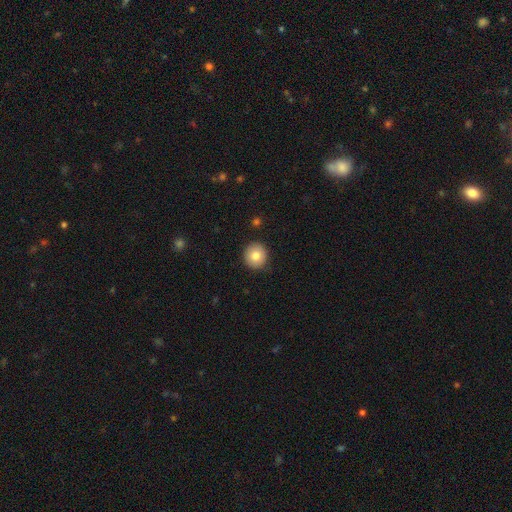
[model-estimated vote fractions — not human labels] Smooth or featured?
  - smooth: 83% *
  - featured or disk: 9%
  - star or artifact: 8%
How rounded?
  - round: 92% *
  - in between: 7%
  - cigar-shaped: 1%
Merging?
  - none: 90% *
  - minor disturbance: 7%
  - major disturbance: 2%
  - merger: 1%